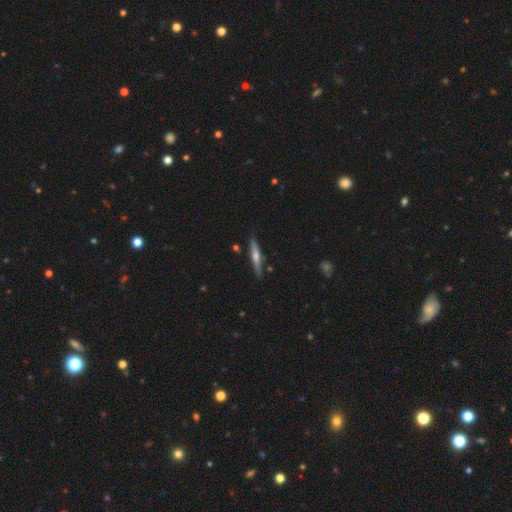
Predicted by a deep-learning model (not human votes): Smooth or featured? Predicted: featured or disk (p=0.62). Edge-on disk? Predicted: yes (p=0.97). Edge-on bulge? Predicted: rounded (p=0.84). Merging? Predicted: none (p=0.87).